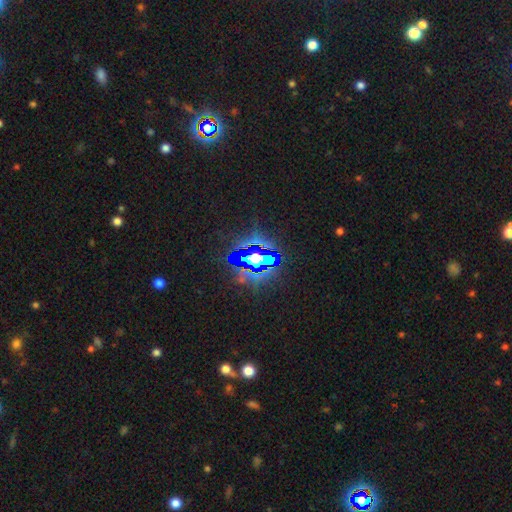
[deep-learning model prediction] smooth-or-featured: star or artifact: 78% | featured or disk: 11% | smooth: 11%